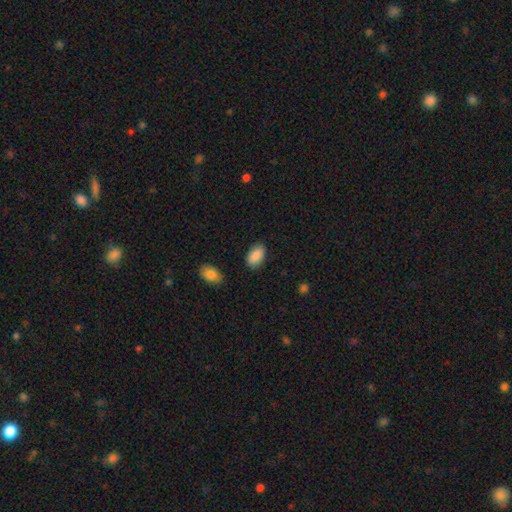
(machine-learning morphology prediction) The model was most divided on "merging": none: 84%, minor disturbance: 12%, major disturbance: 2%, merger: 2%. More confident: how rounded — in between (93%); smooth or featured — smooth (89%).